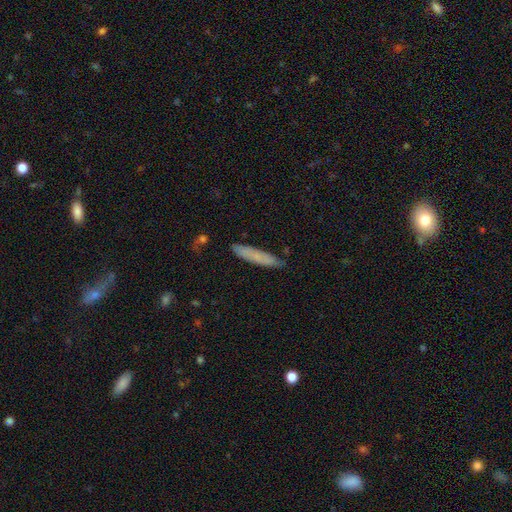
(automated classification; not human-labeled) A smooth galaxy with no disk features (70%) that is cigar-shaped (88%). Merging: none (80%).